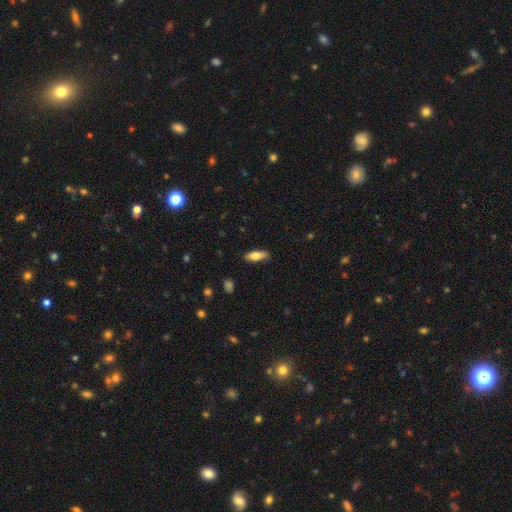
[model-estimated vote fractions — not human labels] smooth_or_featured: smooth (p=0.75) [alt: featured or disk p=0.19]
how_rounded: in between (p=0.71) [alt: cigar-shaped p=0.27]
merging: none (p=0.82) [alt: minor disturbance p=0.15]